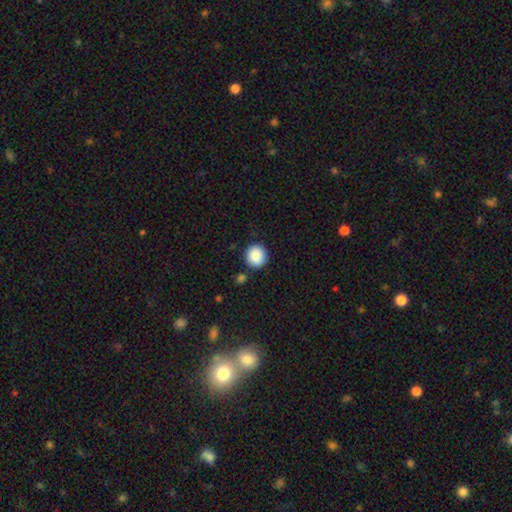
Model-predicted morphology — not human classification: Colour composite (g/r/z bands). It shows a smooth galaxy with no disk features (88%) that is round (92%). Merging: none (85%).